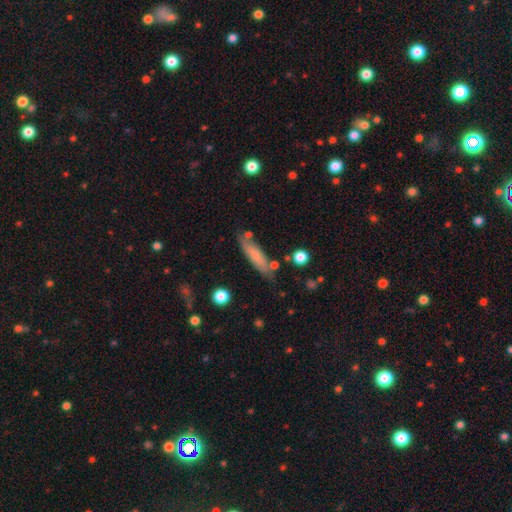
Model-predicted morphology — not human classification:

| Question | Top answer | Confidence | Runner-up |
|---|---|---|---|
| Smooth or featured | smooth | 69% | featured or disk (24%) |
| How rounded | cigar-shaped | 76% | in between (22%) |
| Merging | none | 74% | minor disturbance (16%) |